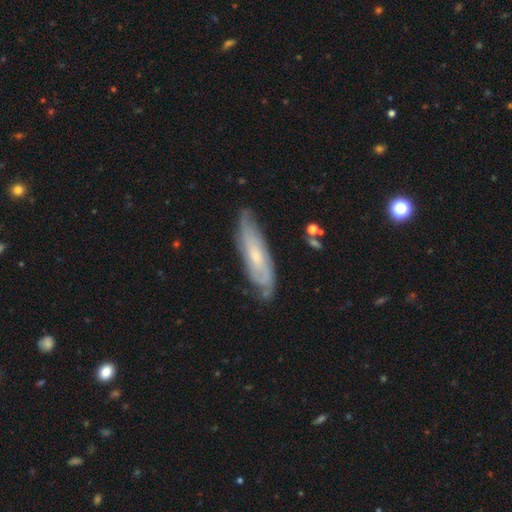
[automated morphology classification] featured or disk 69%, smooth 24%, star or artifact 6%. Down the decision tree: edge-on disk — no (73%); bar — no (61%); spiral arms — yes (90%); bulge size — small (54%); merging — none (73%).